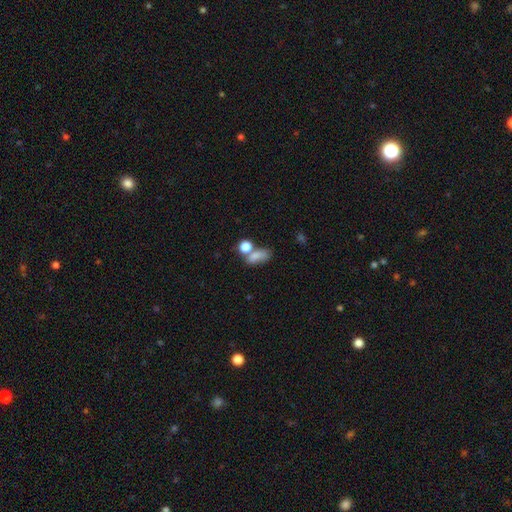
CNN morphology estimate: The model was most divided on "merging": none: 37%, merger: 35%, minor disturbance: 16%, major disturbance: 12%. More confident: smooth or featured — smooth (75%); how rounded — in between (72%).